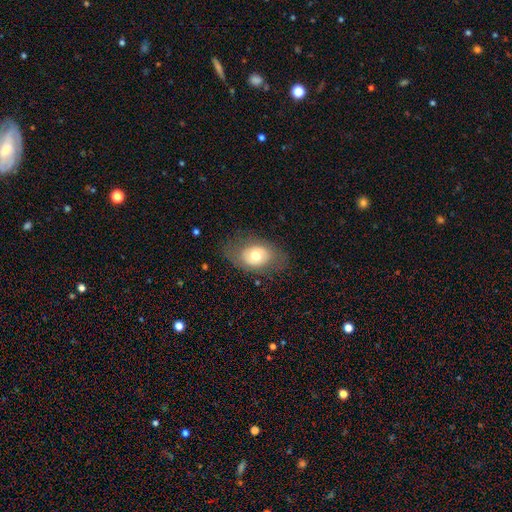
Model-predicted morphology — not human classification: smooth 57%, featured or disk 35%, star or artifact 8%. Down the decision tree: how rounded — in between (75%); merging — none (71%).